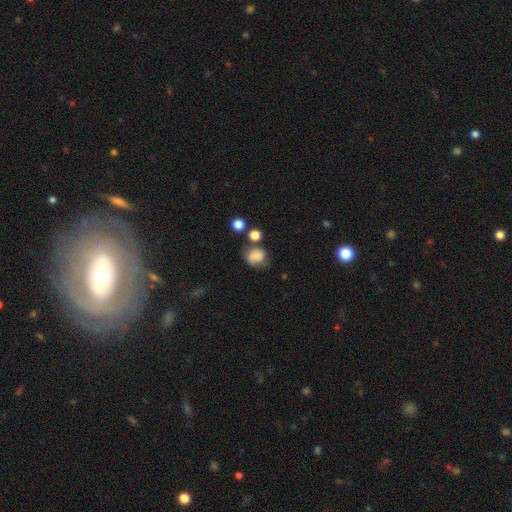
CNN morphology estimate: This is likely a smooth galaxy (75%). How rounded: likely round (64%). Merging: possibly none (54%).